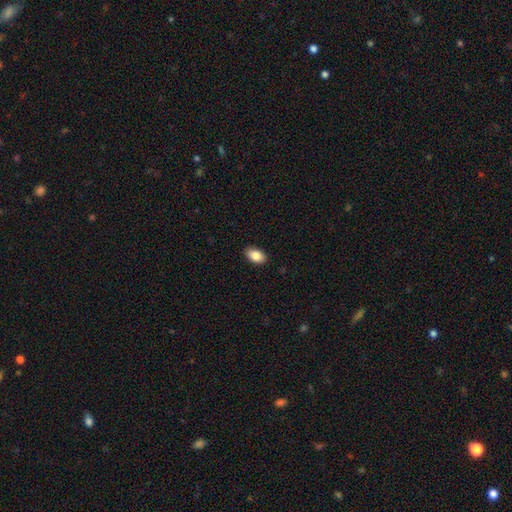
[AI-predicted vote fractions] smooth-or-featured: smooth: 86% | star or artifact: 7% | featured or disk: 7%
  how-rounded: in between: 92% | round: 6% | cigar-shaped: 2%
  merging: none: 90% | minor disturbance: 8% | major disturbance: 2% | merger: 1%